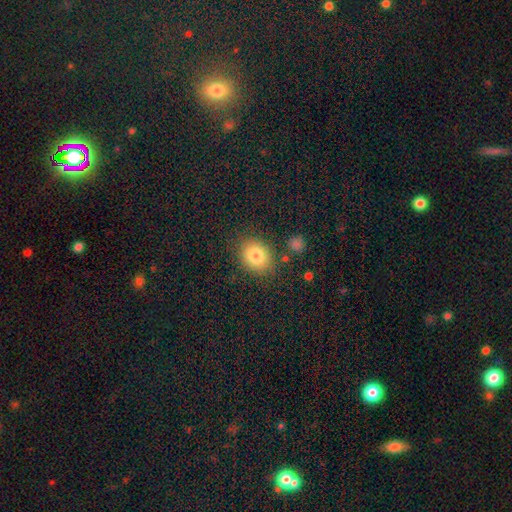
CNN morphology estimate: Smooth or featured? smooth (81%)
How rounded? round (61%)
Merging? none (82%)